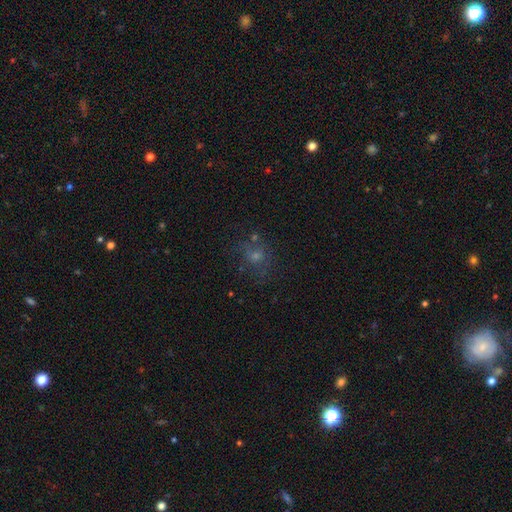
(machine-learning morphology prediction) This is marginally a smooth galaxy (44%). Merging: likely none (65%).